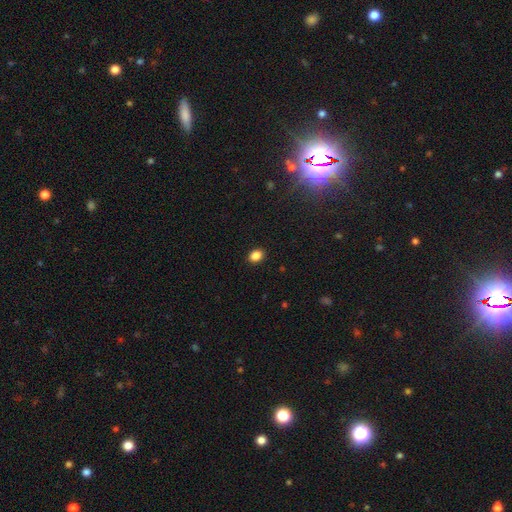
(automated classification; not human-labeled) smooth_or_featured: smooth (p=0.86) [alt: star or artifact p=0.10]
how_rounded: in between (p=0.64) [alt: round p=0.35]
merging: none (p=0.90) [alt: minor disturbance p=0.07]